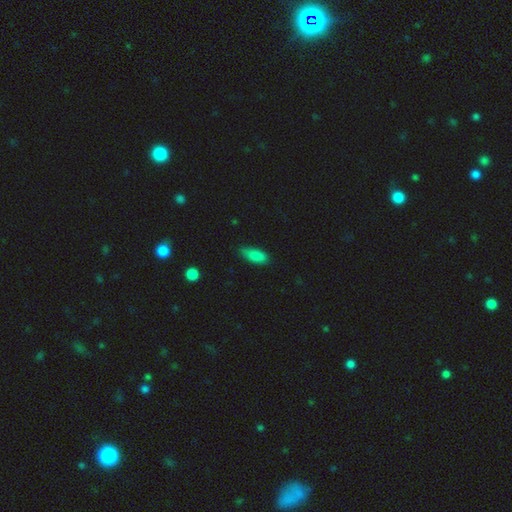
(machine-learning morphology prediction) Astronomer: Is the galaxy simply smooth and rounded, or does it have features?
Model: smooth — 86%.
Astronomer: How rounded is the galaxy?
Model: in between — 79%.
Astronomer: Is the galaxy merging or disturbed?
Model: none — 69%.